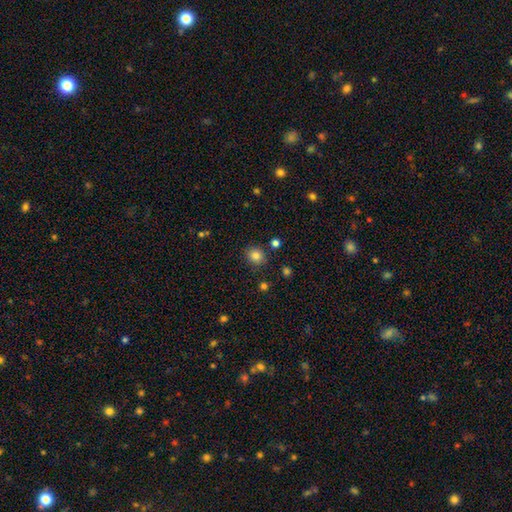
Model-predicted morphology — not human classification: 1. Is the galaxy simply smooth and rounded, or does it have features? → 82% smooth, 12% star or artifact, 6% featured or disk.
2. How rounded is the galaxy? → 81% round, 18% in between, 1% cigar-shaped.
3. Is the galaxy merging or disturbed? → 86% none, 9% minor disturbance, 3% merger, 2% major disturbance.